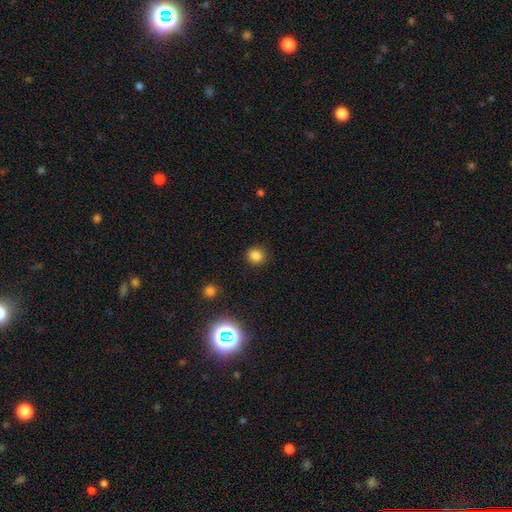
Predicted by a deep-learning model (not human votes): Smooth or featured?
  - smooth: 83% *
  - star or artifact: 13%
  - featured or disk: 4%
How rounded?
  - round: 89% *
  - in between: 10%
  - cigar-shaped: 1%
Merging?
  - none: 91% *
  - minor disturbance: 6%
  - major disturbance: 2%
  - merger: 1%